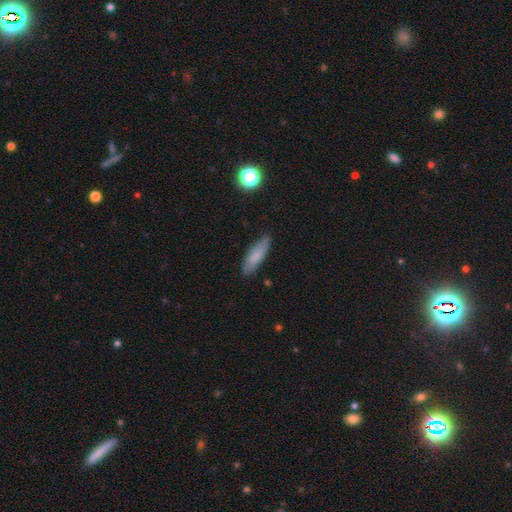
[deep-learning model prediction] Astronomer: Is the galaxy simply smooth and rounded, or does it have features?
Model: smooth — 79%.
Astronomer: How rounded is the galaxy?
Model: cigar-shaped — 59% (runner-up: in between, 39%).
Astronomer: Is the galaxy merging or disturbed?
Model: none — 83%.